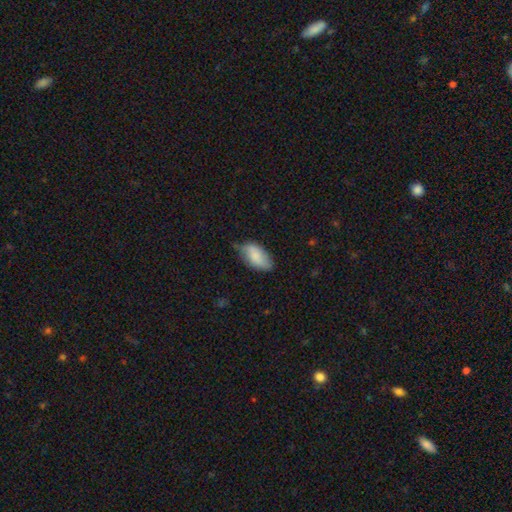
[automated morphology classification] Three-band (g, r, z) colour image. It shows a smooth galaxy with no disk features (80%) that is in between round and cigar-shaped (93%). Merging: none (58%).